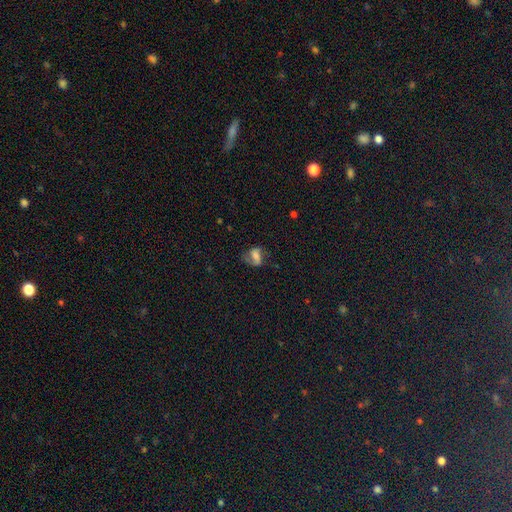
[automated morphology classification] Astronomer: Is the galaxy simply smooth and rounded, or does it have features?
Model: smooth — 47% (runner-up: featured or disk, 41%).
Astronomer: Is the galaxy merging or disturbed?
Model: none — 51%.